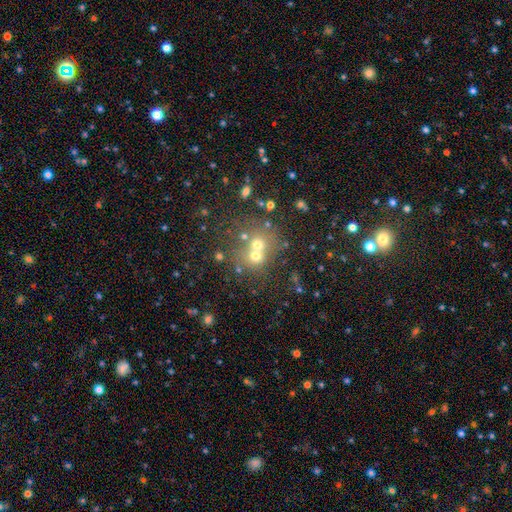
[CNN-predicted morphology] A smooth galaxy with no disk features (57%) that is round (79%). Merging: merger (50%).